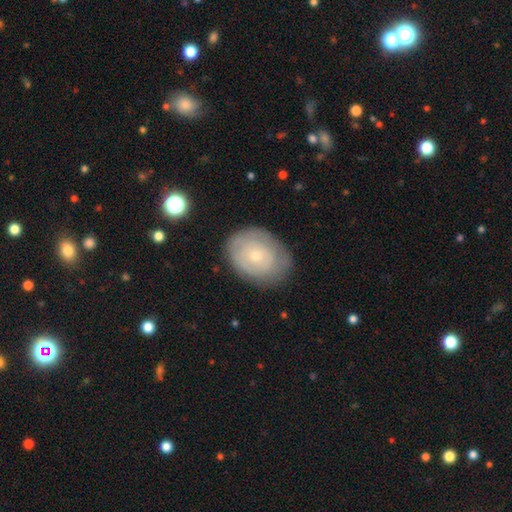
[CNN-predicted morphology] Q: Smooth or featured?
A: smooth (47%); runner-up: featured or disk (46%)
Q: Merging?
A: none (74%); runner-up: minor disturbance (19%)